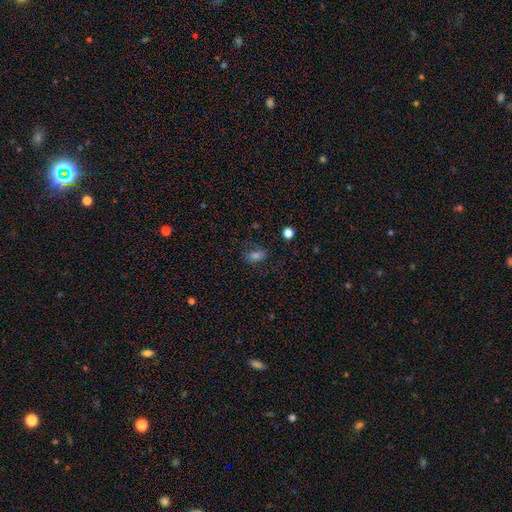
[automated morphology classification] Smooth or featured? Predicted: smooth (p=0.69). How rounded? Predicted: in between (p=0.75). Merging? Predicted: none (p=0.71).